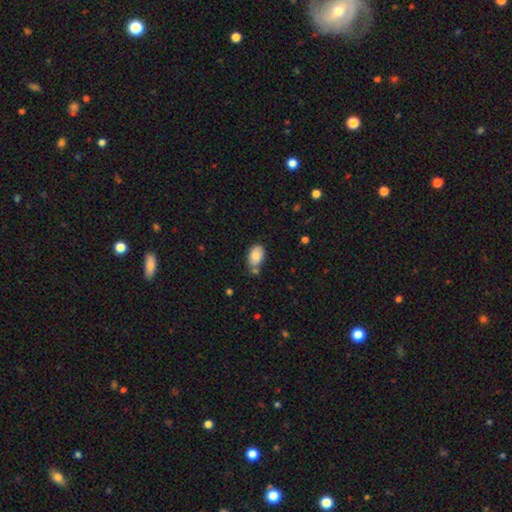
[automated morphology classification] smooth_or_featured: smooth (p=0.82) [alt: featured or disk p=0.11]
how_rounded: in between (p=0.87) [alt: round p=0.11]
merging: none (p=0.59) [alt: minor disturbance p=0.22]